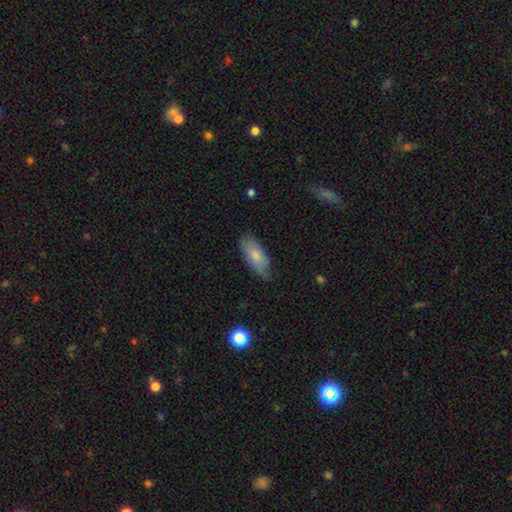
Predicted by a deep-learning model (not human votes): A smooth galaxy with no disk features (73%) that is in between round and cigar-shaped (85%).

Vote fractions:
- Smooth or featured? smooth: 73% / featured or disk: 21% / star or artifact: 6%
- How rounded? in between: 85% / cigar-shaped: 13% / round: 2%
- Merging? none: 68% / minor disturbance: 26% / major disturbance: 5% / merger: 1%